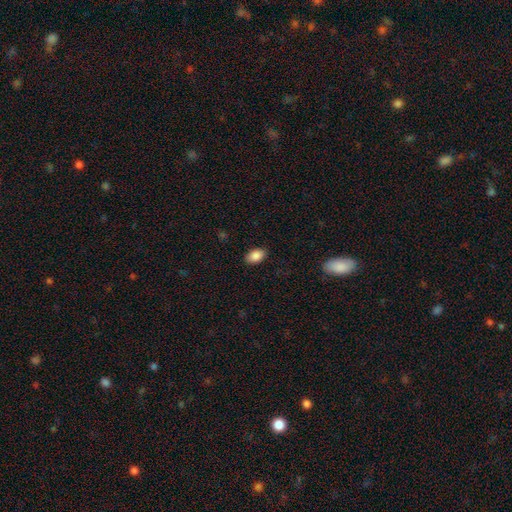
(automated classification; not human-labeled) smooth_or_featured: smooth (p=0.88) [alt: star or artifact p=0.08]
how_rounded: in between (p=0.90) [alt: round p=0.08]
merging: none (p=0.88) [alt: minor disturbance p=0.09]